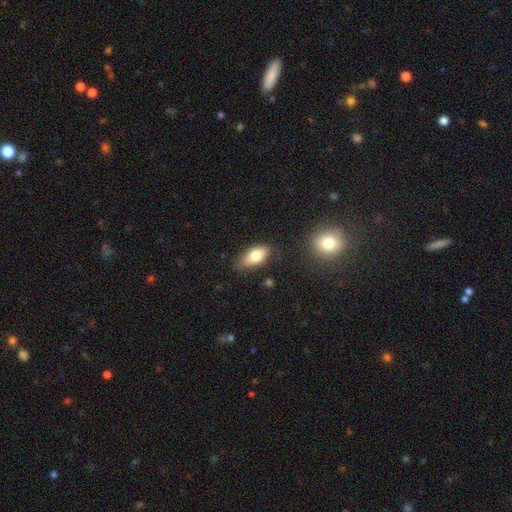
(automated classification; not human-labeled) smooth-or-featured: smooth: 76% | featured or disk: 17% | star or artifact: 8%
  how-rounded: in between: 88% | cigar-shaped: 7% | round: 4%
  merging: none: 71% | minor disturbance: 22% | major disturbance: 4% | merger: 3%